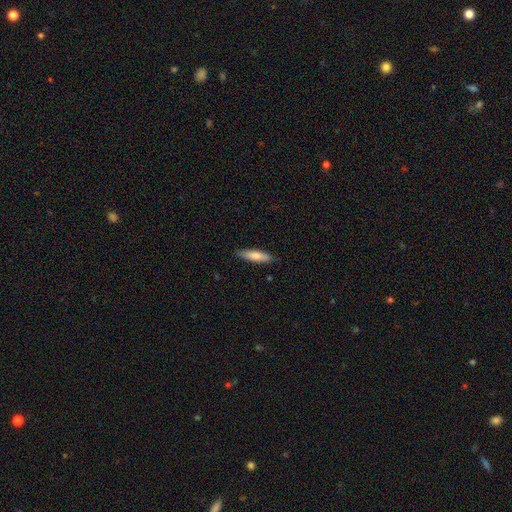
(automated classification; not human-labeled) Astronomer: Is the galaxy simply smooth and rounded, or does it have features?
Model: smooth — 74%.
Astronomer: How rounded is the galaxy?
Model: cigar-shaped — 69%.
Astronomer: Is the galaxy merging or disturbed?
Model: none — 85%.